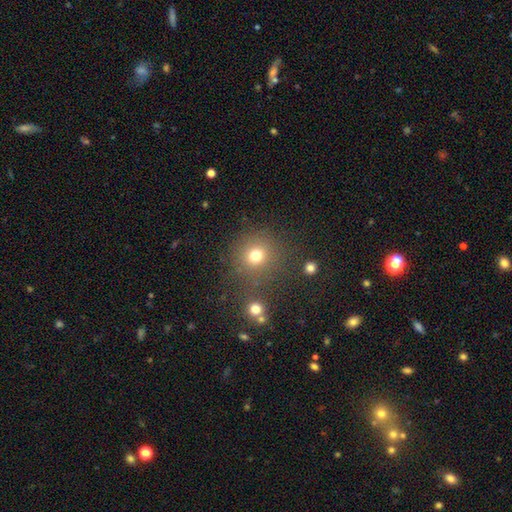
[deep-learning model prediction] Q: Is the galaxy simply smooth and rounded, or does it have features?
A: smooth — 75%.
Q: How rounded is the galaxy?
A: round — 92%.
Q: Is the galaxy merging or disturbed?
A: none — 79%.